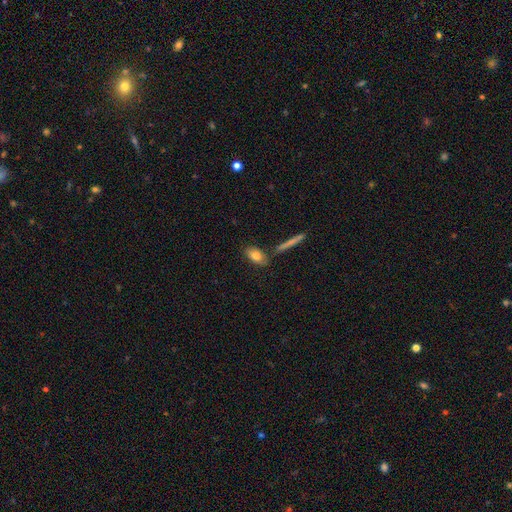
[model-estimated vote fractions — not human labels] This is likely a smooth galaxy (80%). How rounded: clearly in between (84%). Merging: likely none (73%).